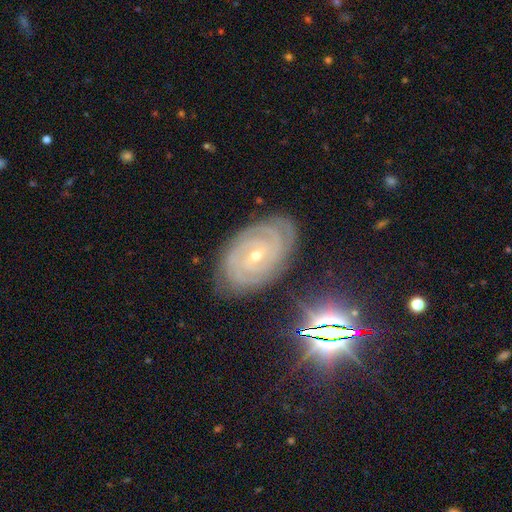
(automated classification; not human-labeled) The model was most divided on "spiral arm count": 2: 33%, 3: 22%, can't tell: 19%, 4: 13%, more than 4: 7%, 1: 6%. Remaining: spiral arms — yes (98%); edge-on disk — no (96%); smooth or featured — featured or disk (86%); spiral winding — tight (86%); merging — none (81%); bulge size — small (71%); bar — no (47%).